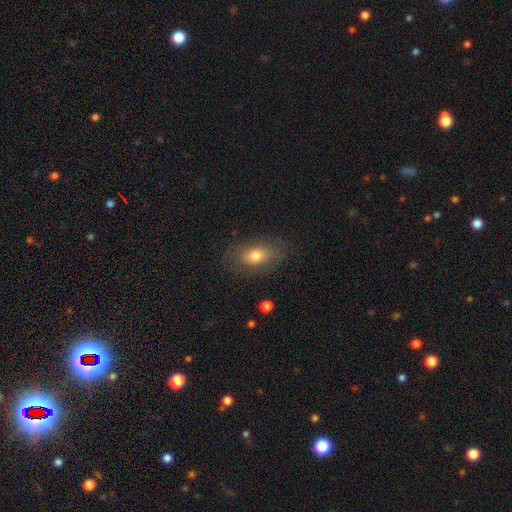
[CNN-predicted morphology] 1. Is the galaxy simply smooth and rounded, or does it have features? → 67% smooth, 23% featured or disk, 9% star or artifact.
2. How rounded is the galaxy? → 86% in between, 10% round, 4% cigar-shaped.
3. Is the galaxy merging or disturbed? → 78% none, 15% minor disturbance, 6% major disturbance, 1% merger.